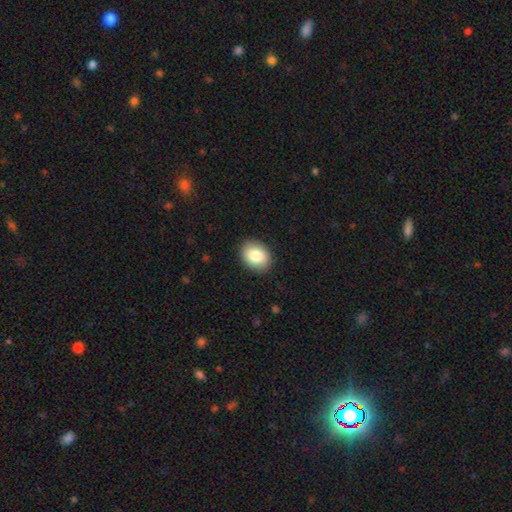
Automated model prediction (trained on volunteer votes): smooth_or_featured: smooth (p=0.84) [alt: featured or disk p=0.09]
how_rounded: in between (p=0.66) [alt: round p=0.33]
merging: none (p=0.89) [alt: minor disturbance p=0.08]